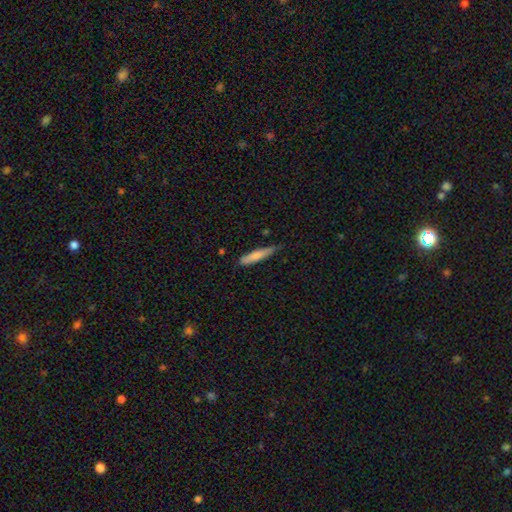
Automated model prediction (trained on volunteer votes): Smooth or featured? Predicted: smooth (p=0.74). How rounded? Predicted: cigar-shaped (p=0.84). Merging? Predicted: none (p=0.65).